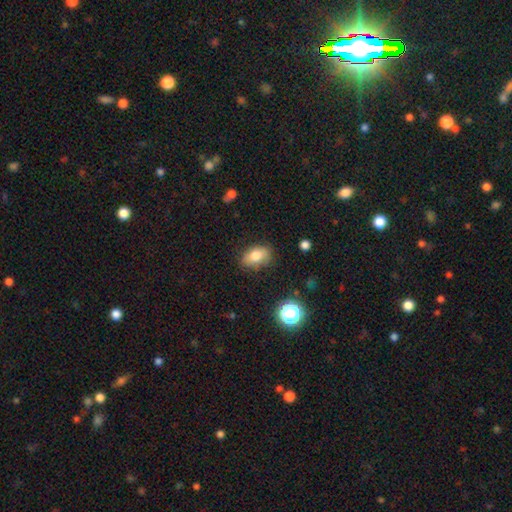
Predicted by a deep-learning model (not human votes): This is likely a smooth galaxy (77%). How rounded: clearly in between (86%). Merging: likely none (78%).